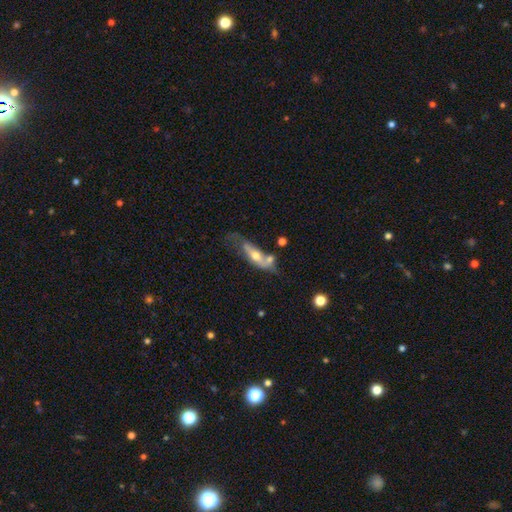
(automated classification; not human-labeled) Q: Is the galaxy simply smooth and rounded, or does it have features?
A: featured or disk — 54%.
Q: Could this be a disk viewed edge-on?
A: no — 60%.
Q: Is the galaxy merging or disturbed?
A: none — 30%.